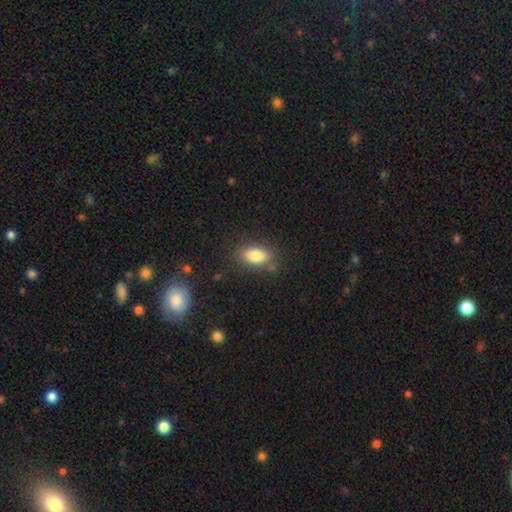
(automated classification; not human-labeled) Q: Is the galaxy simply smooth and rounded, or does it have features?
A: smooth — 83%.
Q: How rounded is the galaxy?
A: in between — 87%.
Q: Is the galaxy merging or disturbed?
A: none — 80%.